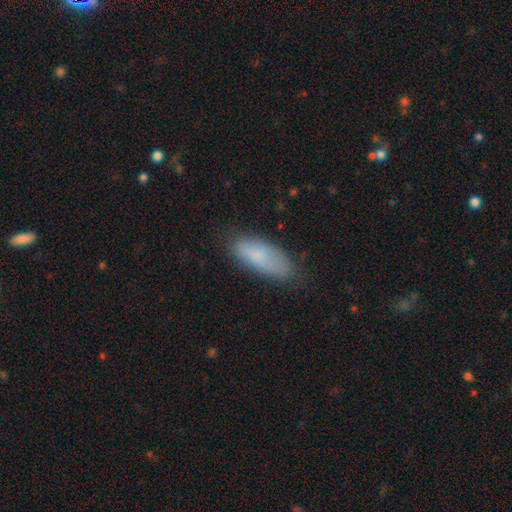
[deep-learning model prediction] smooth-or-featured: smooth: 77% | featured or disk: 15% | star or artifact: 8%
  how-rounded: in between: 72% | cigar-shaped: 26% | round: 2%
  merging: none: 75% | minor disturbance: 20% | major disturbance: 4% | merger: 1%